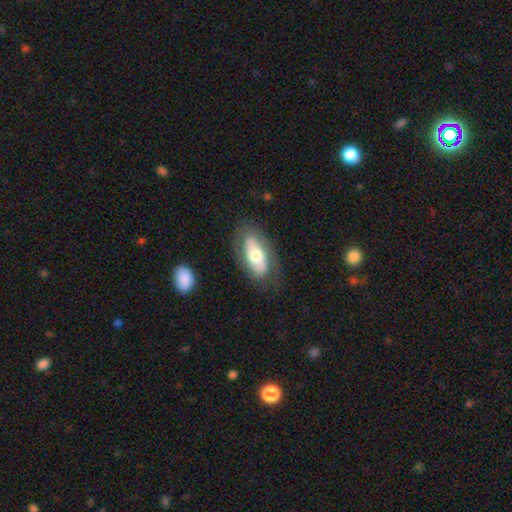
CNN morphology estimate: Smooth or featured? Predicted: smooth (p=0.47, tied with featured or disk). Merging? Predicted: none (p=0.75).